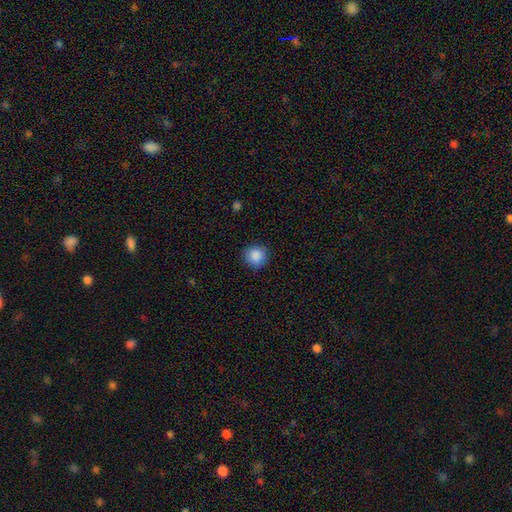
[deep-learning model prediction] Overall: smooth (88%). How rounded: round (92%). Merging: none (88%).